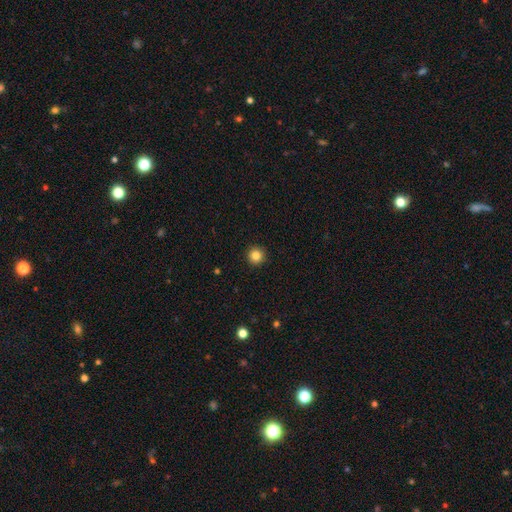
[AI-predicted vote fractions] Smooth or featured: smooth — 84% (star or artifact — 11%)
How rounded: round — 96% (in between — 3%)
Merging: none — 93% (minor disturbance — 4%)